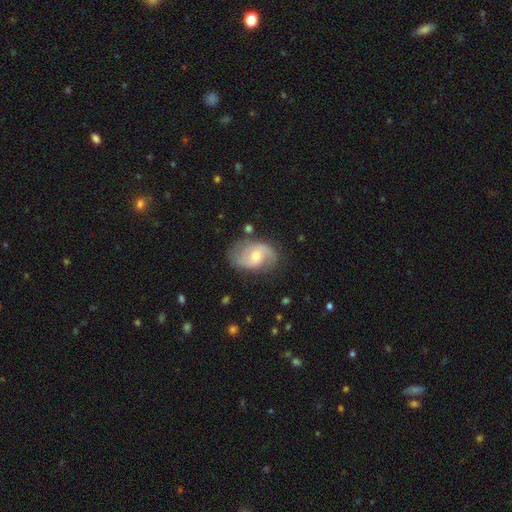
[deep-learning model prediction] Smooth or featured? Predicted: featured or disk (p=0.70). Edge-on disk? Predicted: no (p=0.96). Bar? Predicted: no (p=0.51). Spiral arms? Predicted: yes (p=0.88). Spiral winding? Predicted: medium (p=0.44). Spiral arm count? Predicted: 2 (p=0.76). Bulge size? Predicted: moderate (p=0.62). Merging? Predicted: none (p=0.68).